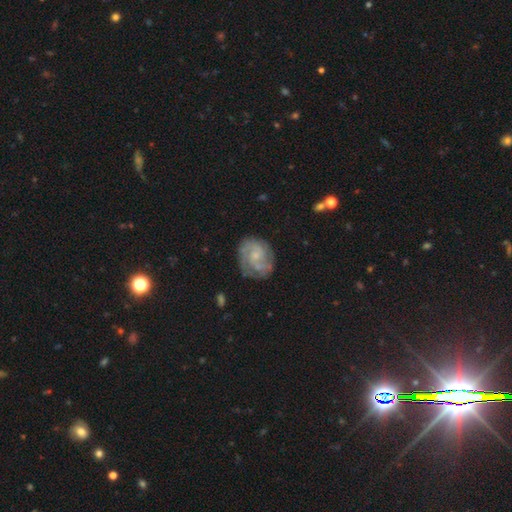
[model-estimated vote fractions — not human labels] This is likely a featured or disk galaxy (76%). It is clearly not viewed edge-on (98%). Bar: likely no (63%). Spiral arm pattern: clearly yes (92%). Spiral arm count: possibly 2 (49%). Spiral winding: possibly tight (50%). Central bulge: possibly small (59%). Merging: likely none (74%).